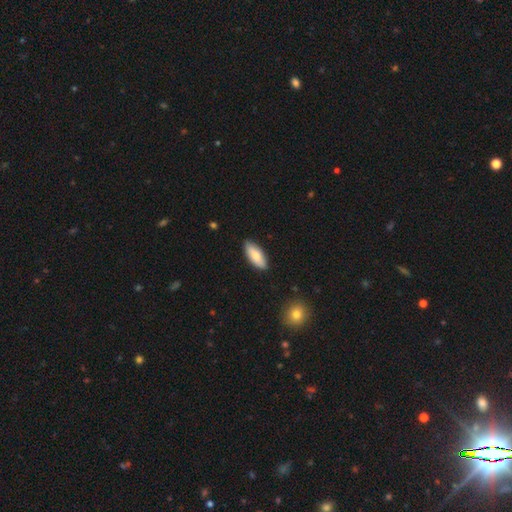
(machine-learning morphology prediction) Smooth or featured? Predicted: smooth (p=0.79). How rounded? Predicted: in between (p=0.79). Merging? Predicted: none (p=0.86).